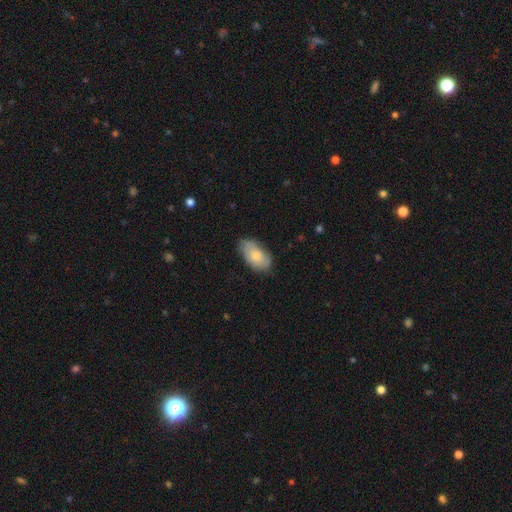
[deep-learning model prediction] Smooth or featured?
  - smooth: 74% *
  - featured or disk: 20%
  - star or artifact: 6%
How rounded?
  - in between: 94% *
  - round: 4%
  - cigar-shaped: 2%
Merging?
  - none: 64% *
  - minor disturbance: 29%
  - major disturbance: 5%
  - merger: 1%